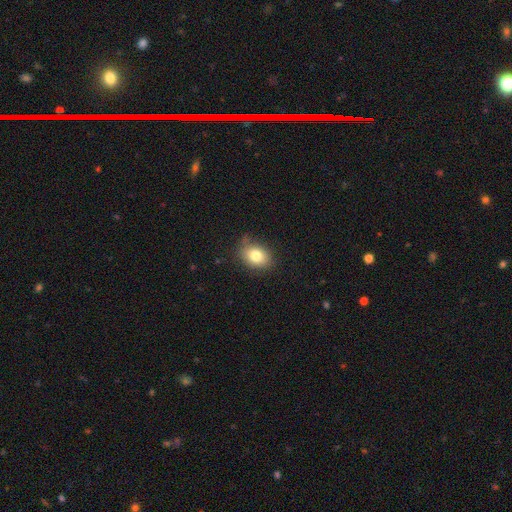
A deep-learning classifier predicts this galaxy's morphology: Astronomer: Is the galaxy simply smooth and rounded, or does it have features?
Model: smooth — 79%.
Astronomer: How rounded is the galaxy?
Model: in between — 68%.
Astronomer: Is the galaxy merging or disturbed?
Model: none — 72%.